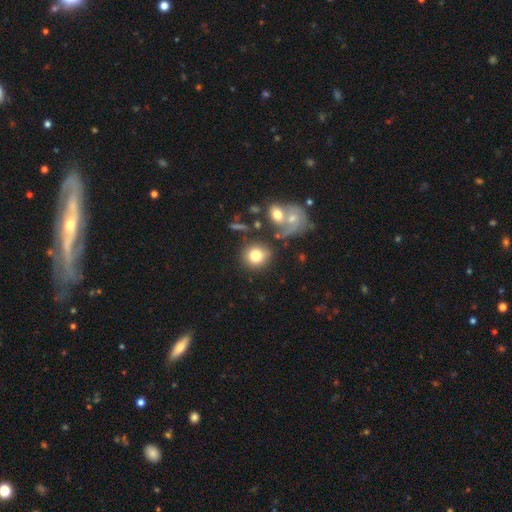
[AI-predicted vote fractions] This is likely a smooth galaxy (79%). How rounded: clearly round (84%). Merging: likely none (69%).